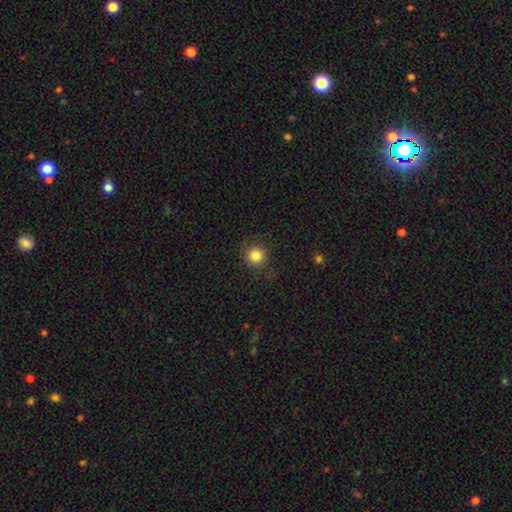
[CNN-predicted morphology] A smooth galaxy with no disk features (84%) that is round (93%). Merging: none (87%).